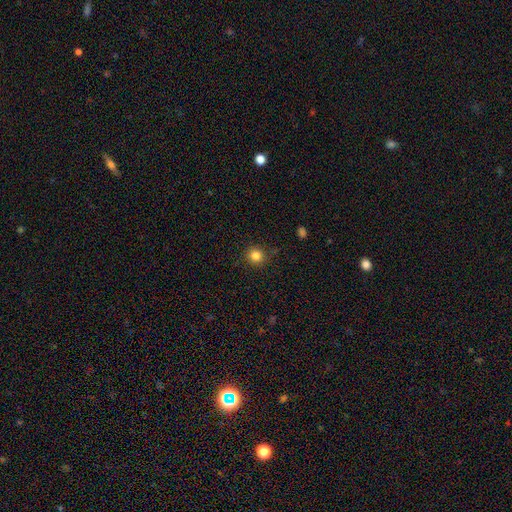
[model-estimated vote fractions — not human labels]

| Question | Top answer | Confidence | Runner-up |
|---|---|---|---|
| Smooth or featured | smooth | 83% | star or artifact (12%) |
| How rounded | round | 93% | in between (6%) |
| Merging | none | 89% | minor disturbance (7%) |